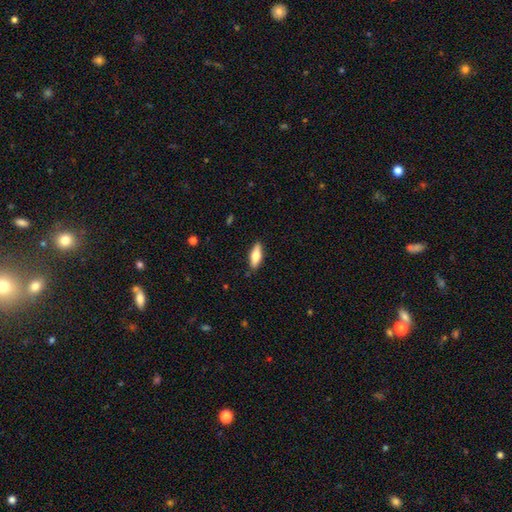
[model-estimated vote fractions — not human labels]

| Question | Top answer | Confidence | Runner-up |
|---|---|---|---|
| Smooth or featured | smooth | 65% | featured or disk (29%) |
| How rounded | in between | 60% | cigar-shaped (38%) |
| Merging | none | 88% | minor disturbance (9%) |